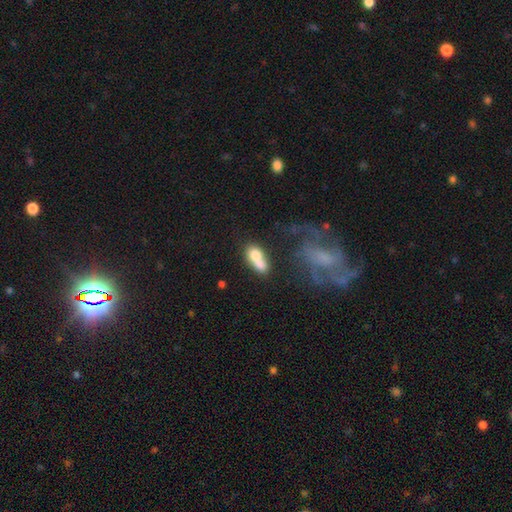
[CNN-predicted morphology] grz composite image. It shows a smooth galaxy with no disk features (68%) that is in between round and cigar-shaped (73%). Merging: merger (60%).